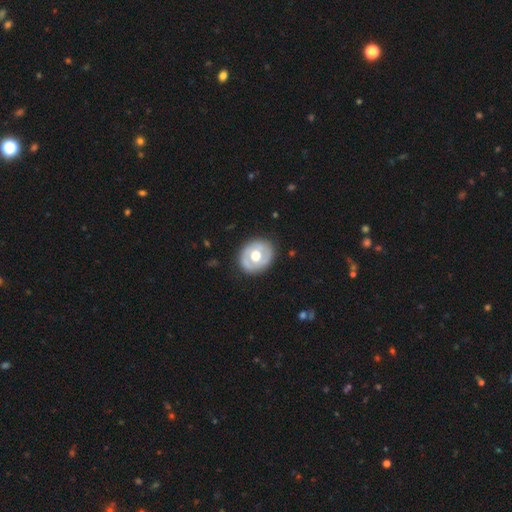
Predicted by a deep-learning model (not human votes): Smooth or featured? Predicted: featured or disk (p=0.53). Edge-on disk? Predicted: no (p=0.95). Bar? Predicted: no (p=0.84). Spiral arms? Predicted: no (p=0.81). Bulge size? Predicted: moderate (p=0.62). Merging? Predicted: none (p=0.83).